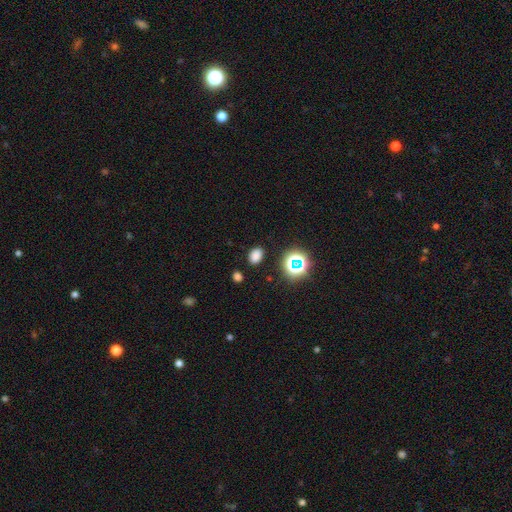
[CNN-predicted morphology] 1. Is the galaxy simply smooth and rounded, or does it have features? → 76% smooth, 19% star or artifact, 5% featured or disk.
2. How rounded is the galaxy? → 76% in between, 23% round, 1% cigar-shaped.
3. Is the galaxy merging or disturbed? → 86% none, 9% minor disturbance, 3% major disturbance, 2% merger.